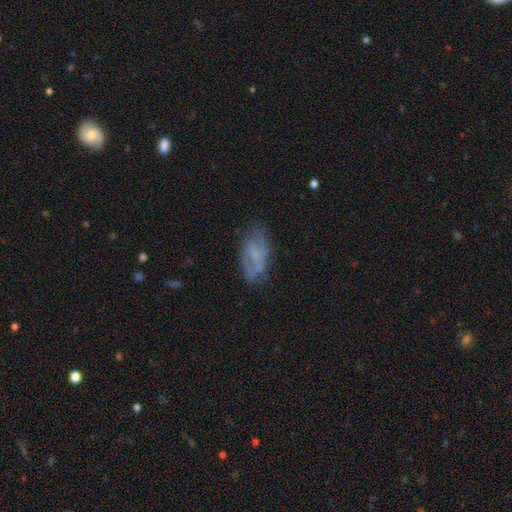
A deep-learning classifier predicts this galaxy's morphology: featured or disk 46%, smooth 43%, star or artifact 11%. Down the decision tree: merging — none (55%).